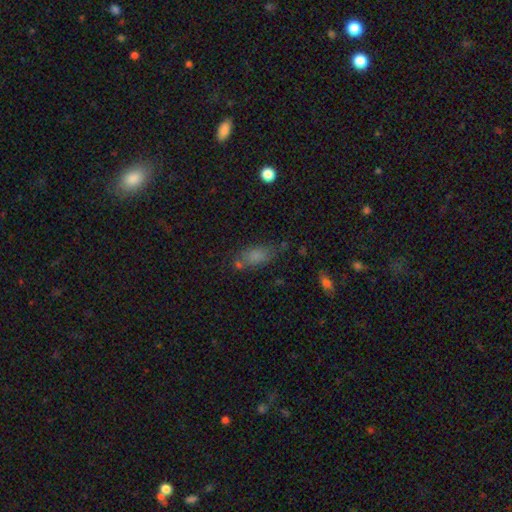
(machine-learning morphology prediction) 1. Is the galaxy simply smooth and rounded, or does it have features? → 78% smooth, 12% star or artifact, 11% featured or disk.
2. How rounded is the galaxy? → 82% in between, 13% cigar-shaped, 5% round.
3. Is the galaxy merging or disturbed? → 57% none, 21% minor disturbance, 14% merger, 8% major disturbance.